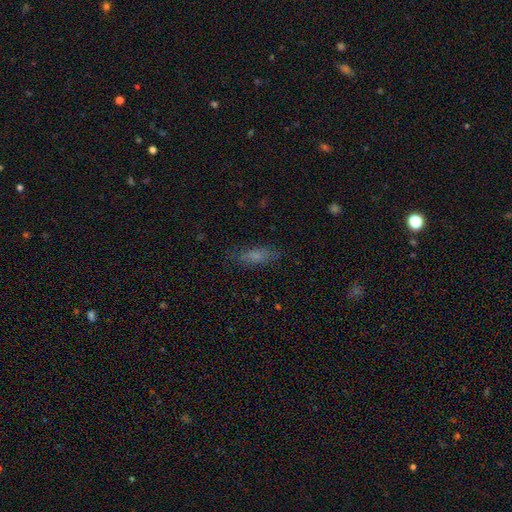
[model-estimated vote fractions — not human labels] This is likely a smooth galaxy (67%). How rounded: possibly cigar-shaped (50%). Merging: likely none (77%).